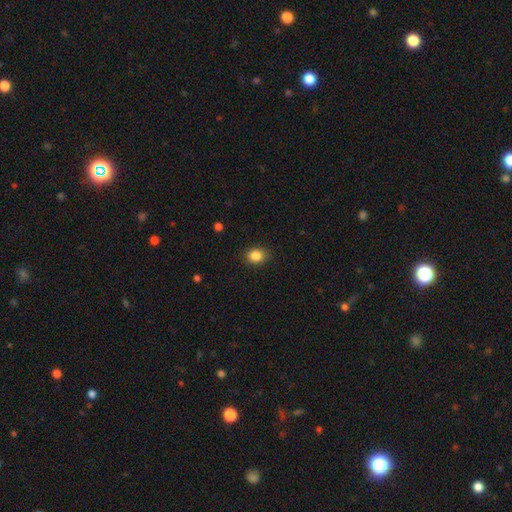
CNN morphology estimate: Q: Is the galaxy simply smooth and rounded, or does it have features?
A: smooth — 86%.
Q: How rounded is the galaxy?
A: round — 58%.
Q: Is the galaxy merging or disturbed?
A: none — 87%.